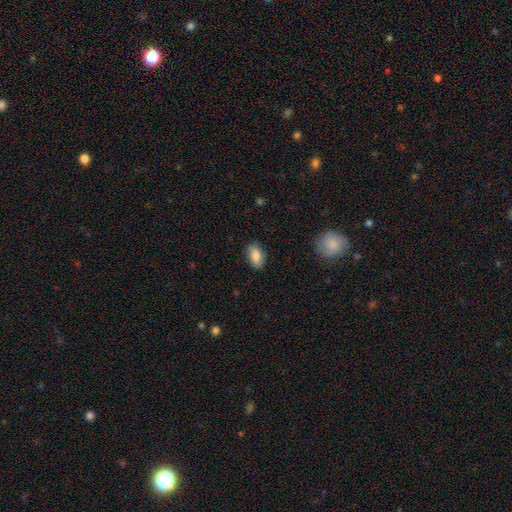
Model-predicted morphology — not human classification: This is likely a smooth galaxy (79%). How rounded: clearly in between (90%). Merging: clearly none (84%).